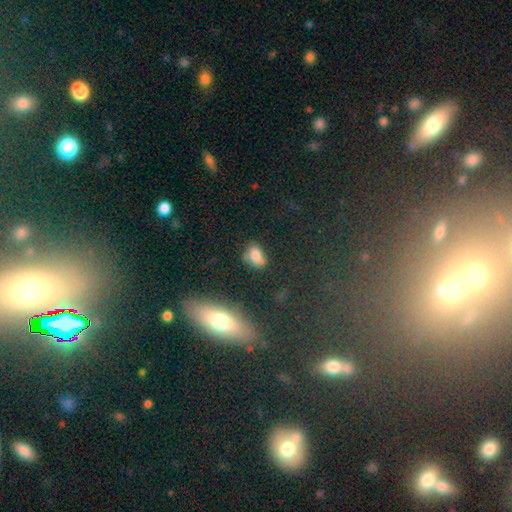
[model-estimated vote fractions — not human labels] smooth-or-featured: smooth: 73% | star or artifact: 14% | featured or disk: 13%
  how-rounded: in between: 81% | round: 16% | cigar-shaped: 3%
  merging: none: 53% | minor disturbance: 26% | merger: 13% | major disturbance: 8%